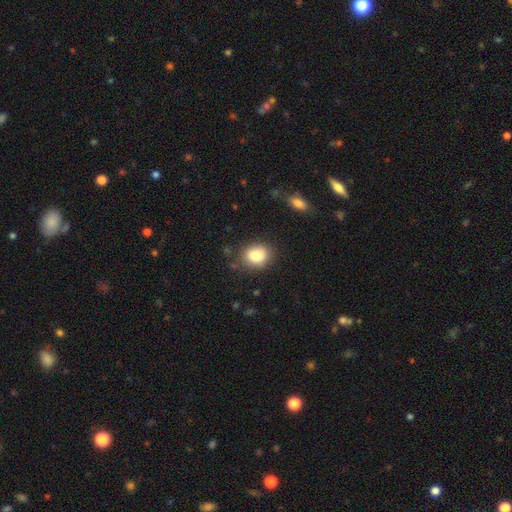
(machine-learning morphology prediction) Q: Smooth or featured?
A: smooth (83%); runner-up: star or artifact (9%)
Q: How rounded?
A: round (60%); runner-up: in between (39%)
Q: Merging?
A: none (82%); runner-up: minor disturbance (12%)